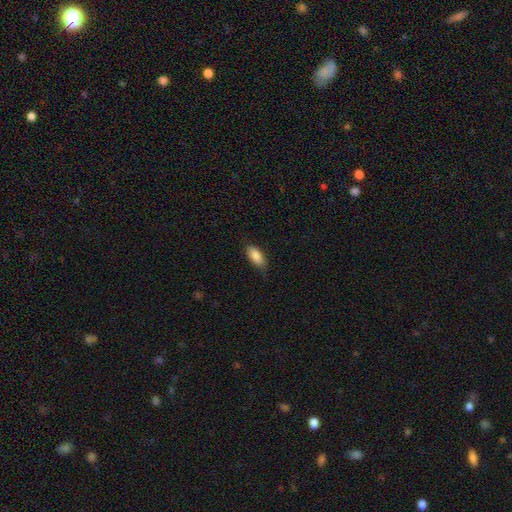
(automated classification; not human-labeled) Overall: smooth (88%). How rounded: in between (86%). Merging: none (79%).